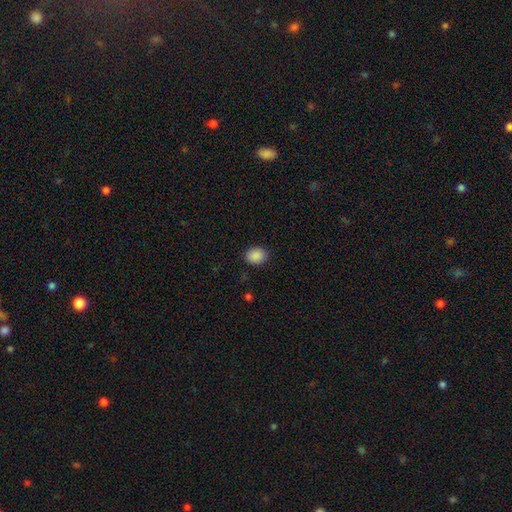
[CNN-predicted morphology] smooth-or-featured: smooth: 89% | star or artifact: 8% | featured or disk: 3%
  how-rounded: in between: 62% | round: 37% | cigar-shaped: 1%
  merging: none: 88% | minor disturbance: 8% | major disturbance: 2% | merger: 1%